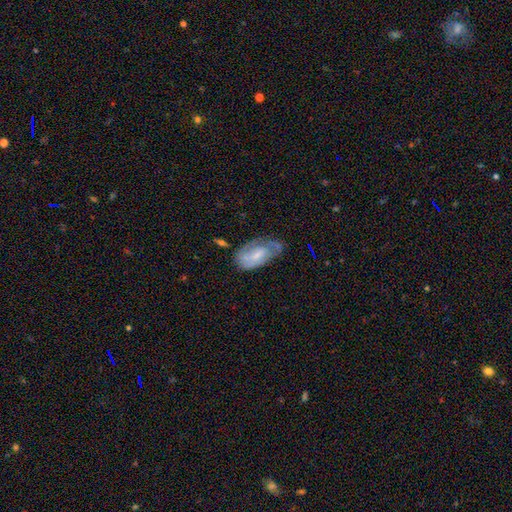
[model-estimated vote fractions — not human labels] This is possibly a featured or disk galaxy (49%). Merging: marginally none (42%).